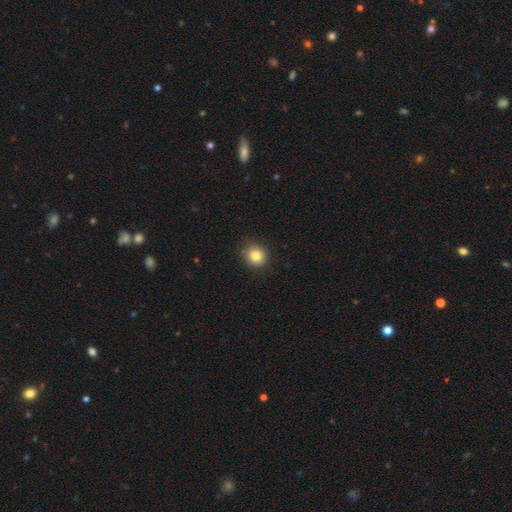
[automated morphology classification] Overall: smooth (84%). How rounded: round (82%). Merging: none (86%).